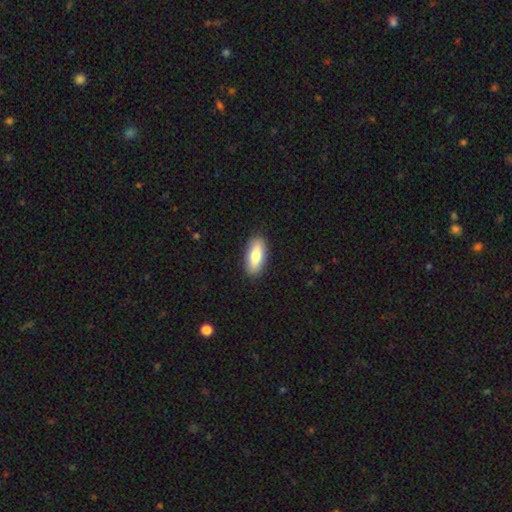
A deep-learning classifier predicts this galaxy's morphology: type=smooth (78%); roundness=in between (79%); merging=none (89%).